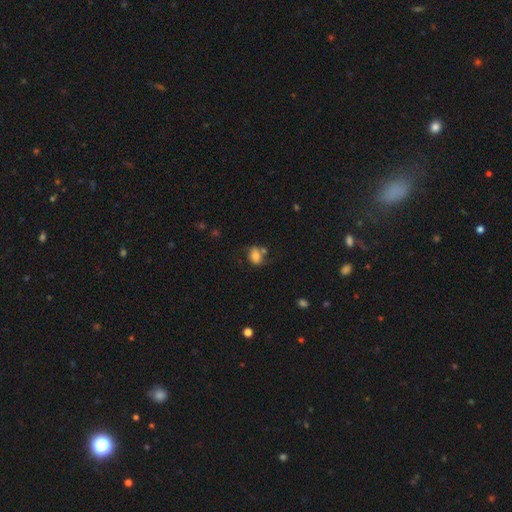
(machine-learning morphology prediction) This is likely a smooth galaxy (70%). How rounded: likely in between (65%). Merging: possibly none (48%).